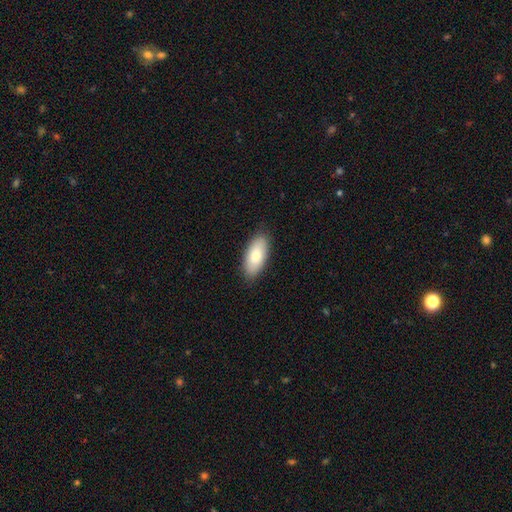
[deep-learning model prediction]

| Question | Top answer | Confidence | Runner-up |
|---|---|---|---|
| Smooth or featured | smooth | 80% | featured or disk (14%) |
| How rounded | in between | 89% | cigar-shaped (9%) |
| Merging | none | 87% | minor disturbance (10%) |